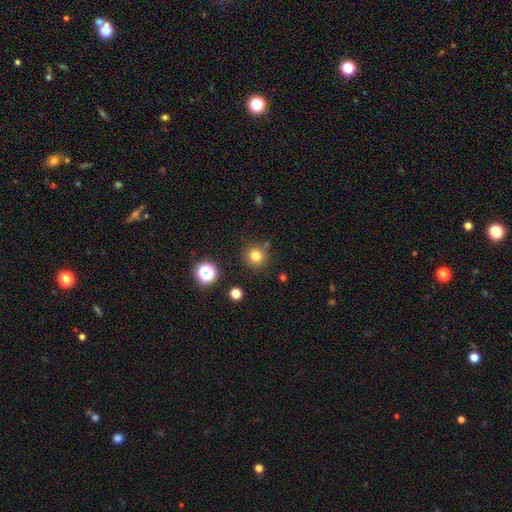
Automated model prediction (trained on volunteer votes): Smooth or featured? Predicted: smooth (p=0.79). How rounded? Predicted: round (p=0.94). Merging? Predicted: none (p=0.85).